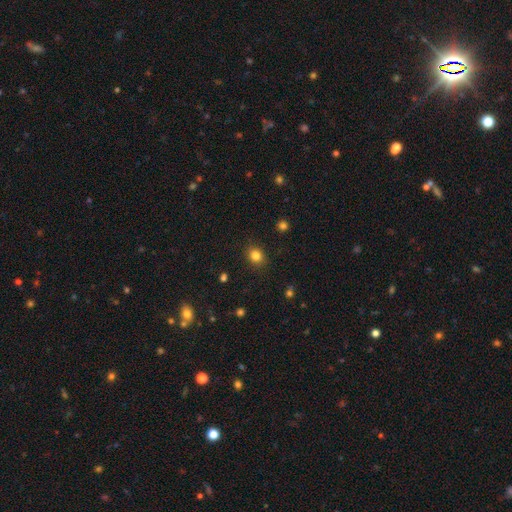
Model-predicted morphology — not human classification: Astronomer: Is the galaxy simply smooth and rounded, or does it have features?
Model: smooth — 83%.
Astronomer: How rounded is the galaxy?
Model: round — 63%.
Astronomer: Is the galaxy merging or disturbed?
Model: none — 88%.